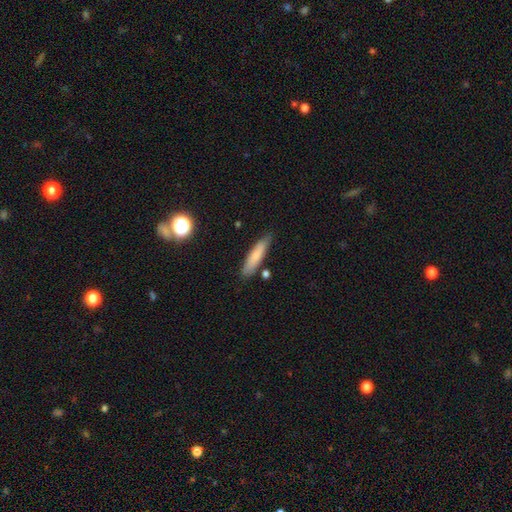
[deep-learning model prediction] Q: Smooth or featured?
A: smooth (77%); runner-up: featured or disk (16%)
Q: How rounded?
A: cigar-shaped (79%); runner-up: in between (19%)
Q: Merging?
A: none (79%); runner-up: minor disturbance (15%)